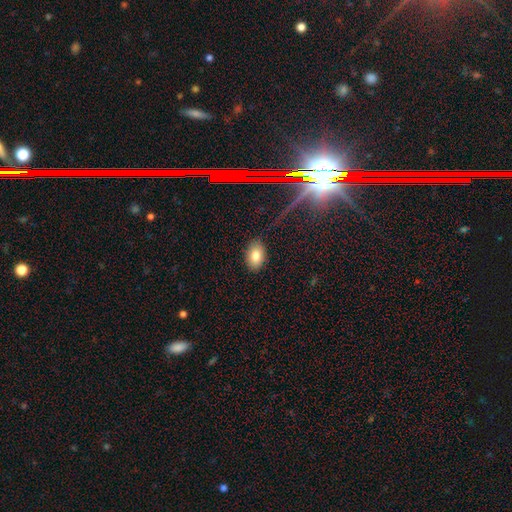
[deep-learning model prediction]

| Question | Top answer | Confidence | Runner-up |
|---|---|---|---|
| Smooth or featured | smooth | 81% | star or artifact (10%) |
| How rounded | in between | 84% | round (15%) |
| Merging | none | 86% | minor disturbance (10%) |